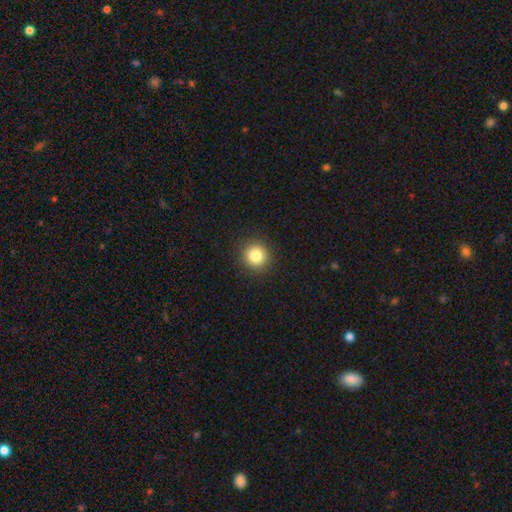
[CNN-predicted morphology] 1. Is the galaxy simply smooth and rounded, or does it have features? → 83% smooth, 11% star or artifact, 6% featured or disk.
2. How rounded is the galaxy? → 93% round, 7% in between, 1% cigar-shaped.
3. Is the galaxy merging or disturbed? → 92% none, 5% minor disturbance, 2% major disturbance, 1% merger.